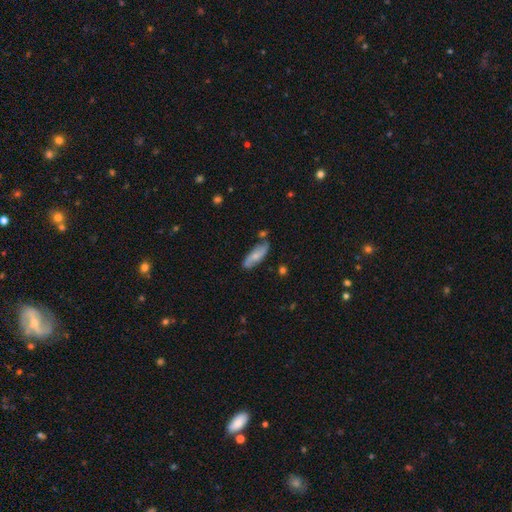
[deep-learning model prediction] Overall: smooth (50%; featured or disk 44%). Merging: none (69%).